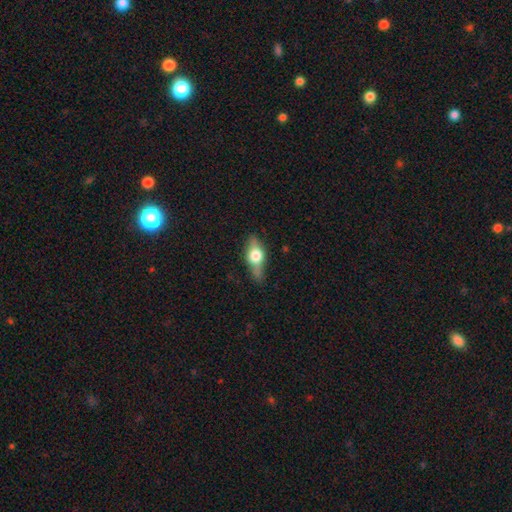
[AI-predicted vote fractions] A featured or disk galaxy (52%) viewed edge-on (89%). Merging: none (75%).